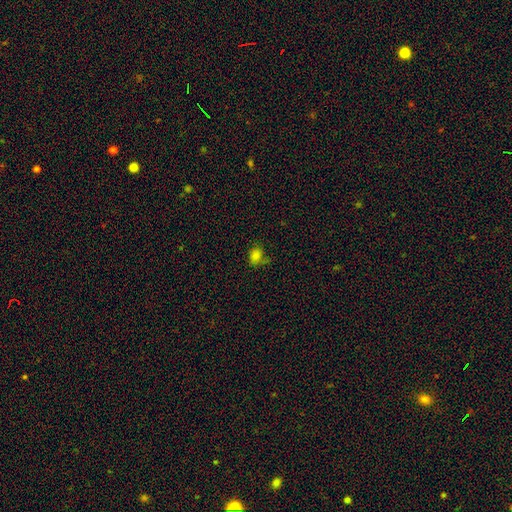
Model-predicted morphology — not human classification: Smooth or featured: smooth — 76% (star or artifact — 18%)
How rounded: in between — 63% (round — 35%)
Merging: none — 57% (minor disturbance — 26%)